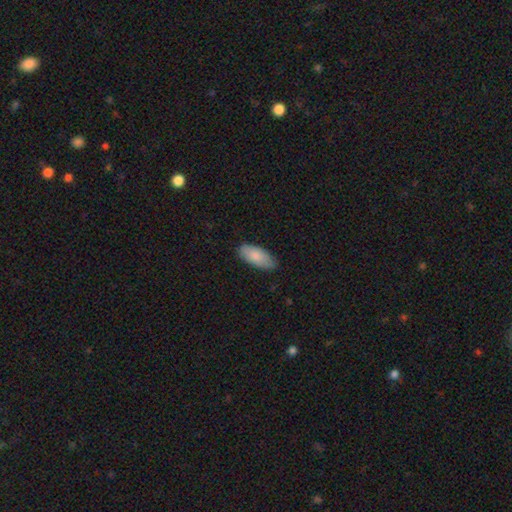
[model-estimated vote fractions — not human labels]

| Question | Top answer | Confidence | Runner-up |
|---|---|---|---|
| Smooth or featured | smooth | 85% | featured or disk (9%) |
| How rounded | in between | 88% | cigar-shaped (11%) |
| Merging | none | 80% | minor disturbance (17%) |